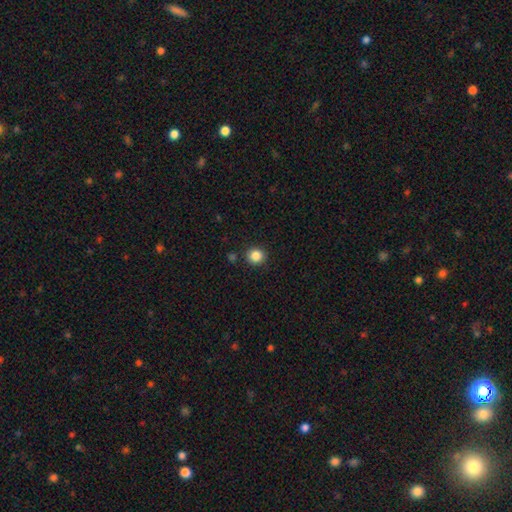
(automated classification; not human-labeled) Smooth or featured?
  - smooth: 85% *
  - star or artifact: 11%
  - featured or disk: 4%
How rounded?
  - round: 91% *
  - in between: 8%
  - cigar-shaped: 1%
Merging?
  - none: 89% *
  - minor disturbance: 6%
  - merger: 2%
  - major disturbance: 2%